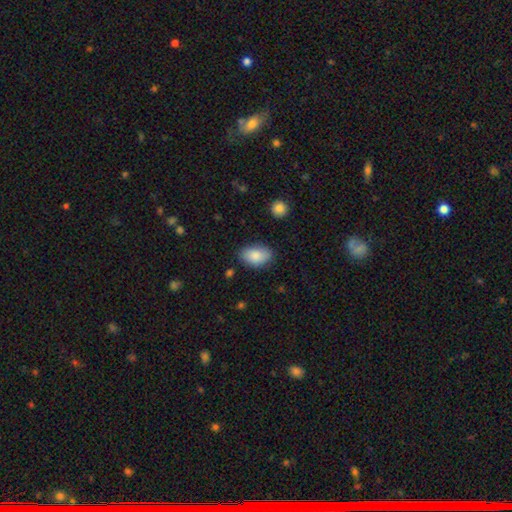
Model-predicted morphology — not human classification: Overall: smooth (87%). How rounded: in between (91%). Merging: none (81%).